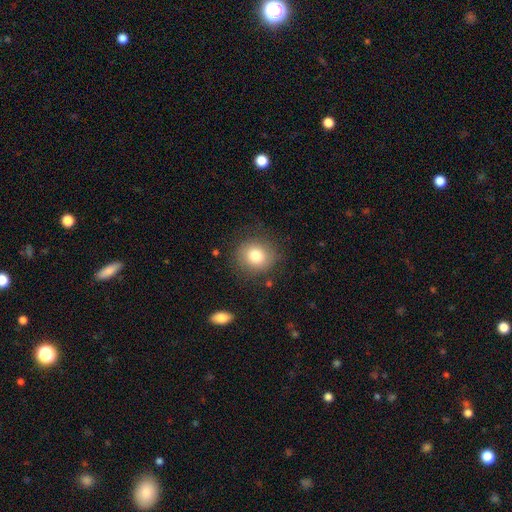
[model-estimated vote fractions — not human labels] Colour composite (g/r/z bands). It shows a smooth galaxy with no disk features (79%) that is round (81%). Merging: none (83%).